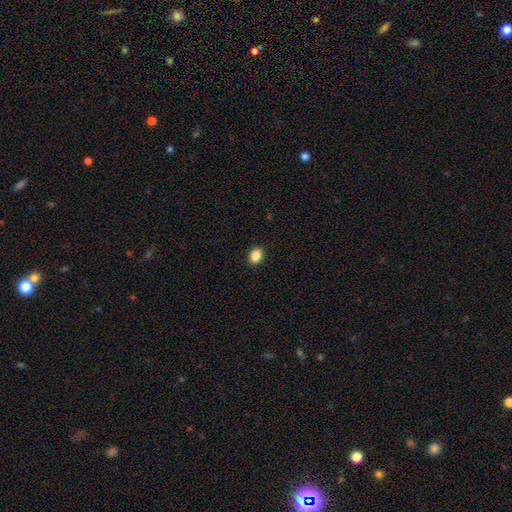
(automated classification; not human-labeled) Smooth or featured?
  - smooth: 87% *
  - star or artifact: 10%
  - featured or disk: 4%
How rounded?
  - in between: 59% *
  - round: 40%
  - cigar-shaped: 1%
Merging?
  - none: 91% *
  - minor disturbance: 6%
  - major disturbance: 2%
  - merger: 1%